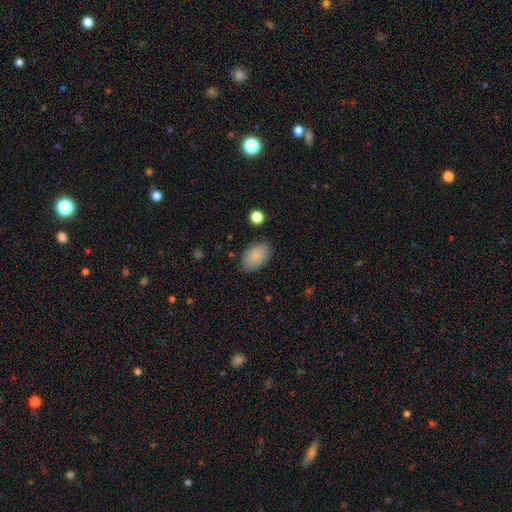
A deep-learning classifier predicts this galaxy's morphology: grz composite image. It shows a smooth galaxy with no disk features (86%) that is in between round and cigar-shaped (91%). Merging: none (83%).